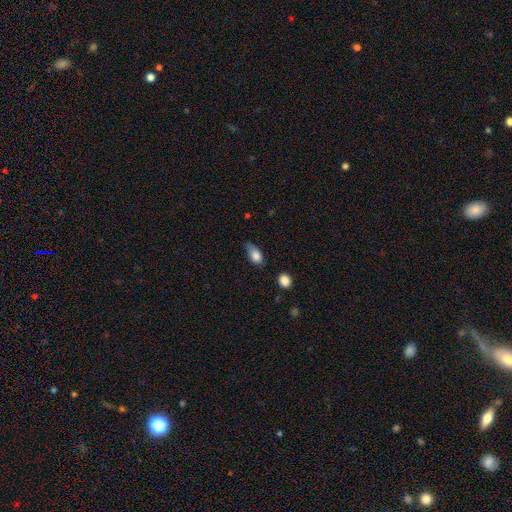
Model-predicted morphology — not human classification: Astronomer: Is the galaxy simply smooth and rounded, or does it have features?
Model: smooth — 82%.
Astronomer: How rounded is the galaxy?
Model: in between — 85%.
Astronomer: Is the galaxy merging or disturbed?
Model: minor disturbance — 42% (runner-up: none, 41%).